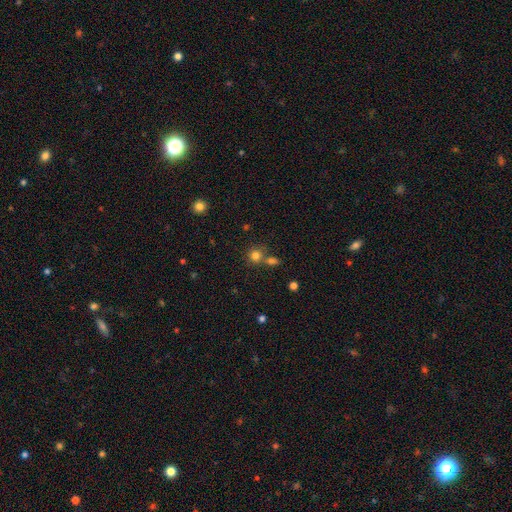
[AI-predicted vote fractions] smooth_or_featured: smooth (p=0.79) [alt: star or artifact p=0.14]
how_rounded: round (p=0.87) [alt: in between p=0.12]
merging: none (p=0.64) [alt: merger p=0.24]